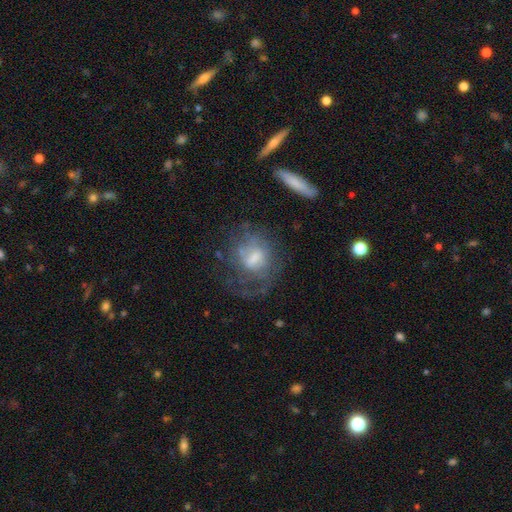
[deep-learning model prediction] Morphology: type=featured or disk (57%); edge-on=no (93%); bar=no (50%); spiral arms=yes (66%); bulge=moderate (44%); merging=none (54%).